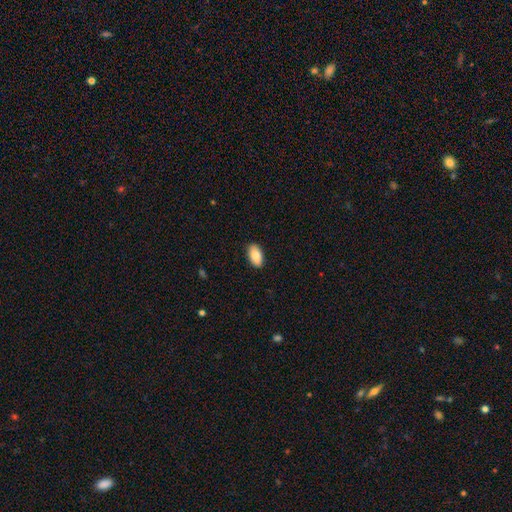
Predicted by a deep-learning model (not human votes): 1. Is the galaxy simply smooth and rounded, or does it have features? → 86% smooth, 8% featured or disk, 7% star or artifact.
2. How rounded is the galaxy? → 93% in between, 4% cigar-shaped, 3% round.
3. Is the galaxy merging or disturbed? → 90% none, 7% minor disturbance, 2% major disturbance, 1% merger.